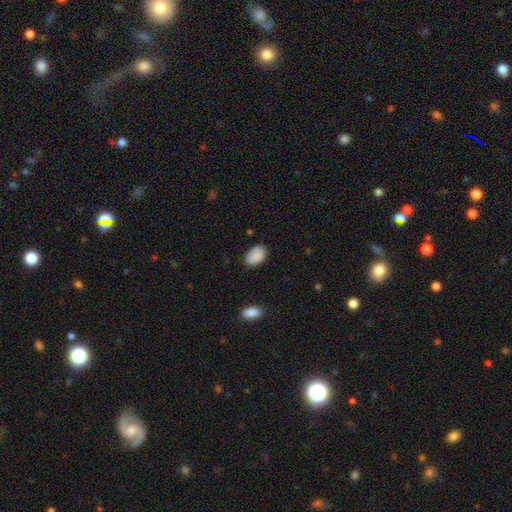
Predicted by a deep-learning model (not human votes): This appears to be a smooth galaxy with no disk features (89%) that is in between round and cigar-shaped (91%). Merging: none (81%).